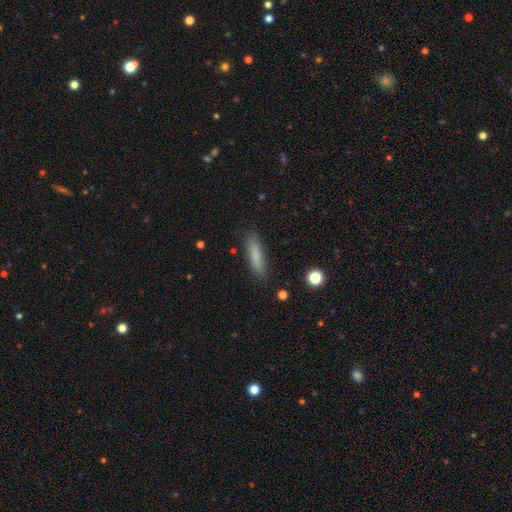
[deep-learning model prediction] The model was most divided on "how rounded": cigar-shaped: 77%, in between: 22%, round: 2%. More confident: merging — none (85%); smooth or featured — smooth (82%).